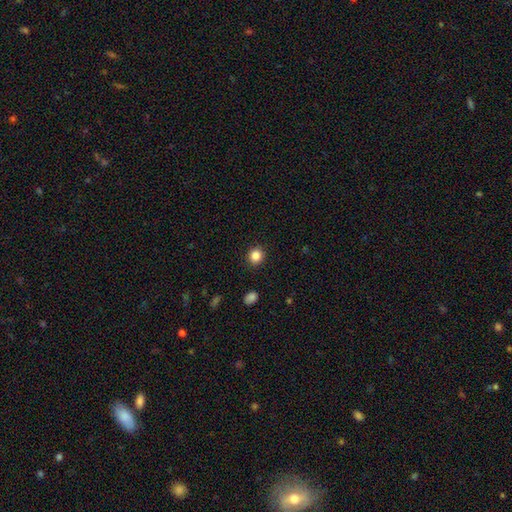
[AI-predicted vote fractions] Smooth or featured?
  - smooth: 85% *
  - star or artifact: 11%
  - featured or disk: 4%
How rounded?
  - round: 85% *
  - in between: 14%
  - cigar-shaped: 1%
Merging?
  - none: 91% *
  - minor disturbance: 6%
  - major disturbance: 2%
  - merger: 1%